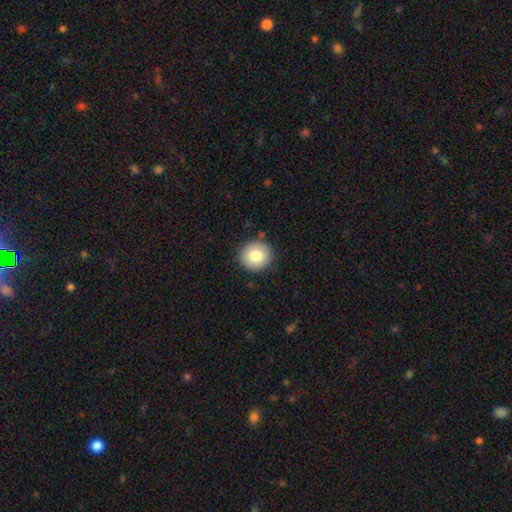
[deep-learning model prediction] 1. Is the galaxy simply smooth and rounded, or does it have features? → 81% smooth, 11% featured or disk, 8% star or artifact.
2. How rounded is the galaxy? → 93% round, 6% in between, 1% cigar-shaped.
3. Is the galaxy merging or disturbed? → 89% none, 7% minor disturbance, 2% major disturbance, 1% merger.